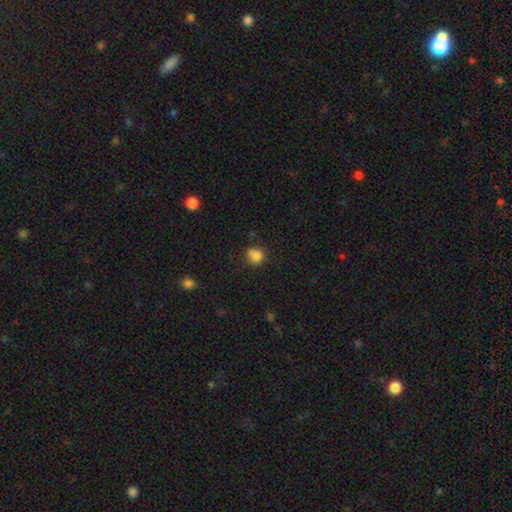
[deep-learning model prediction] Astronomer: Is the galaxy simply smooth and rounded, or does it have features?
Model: smooth — 81%.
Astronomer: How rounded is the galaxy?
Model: round — 74%.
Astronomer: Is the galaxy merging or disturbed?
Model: none — 54%.